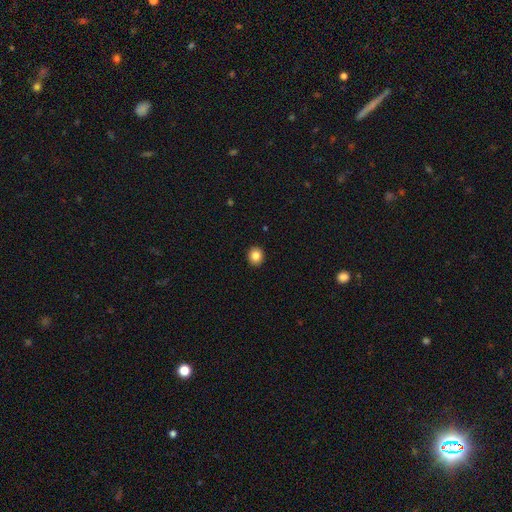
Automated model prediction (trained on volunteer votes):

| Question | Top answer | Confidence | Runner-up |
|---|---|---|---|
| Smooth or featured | smooth | 85% | star or artifact (10%) |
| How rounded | round | 85% | in between (15%) |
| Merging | none | 92% | minor disturbance (5%) |